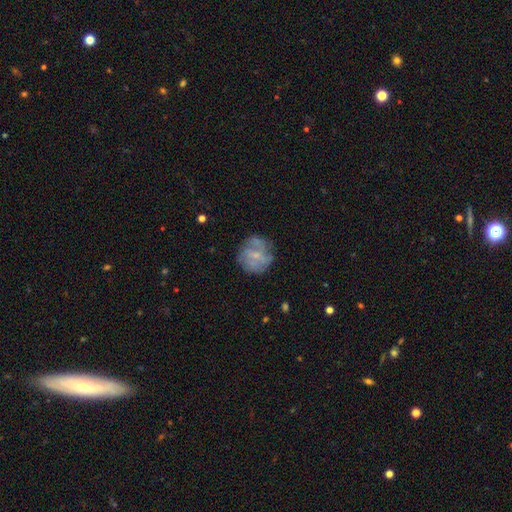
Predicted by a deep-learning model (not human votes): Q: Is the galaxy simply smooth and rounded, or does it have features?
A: featured or disk — 49%.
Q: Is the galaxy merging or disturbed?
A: none — 66%.